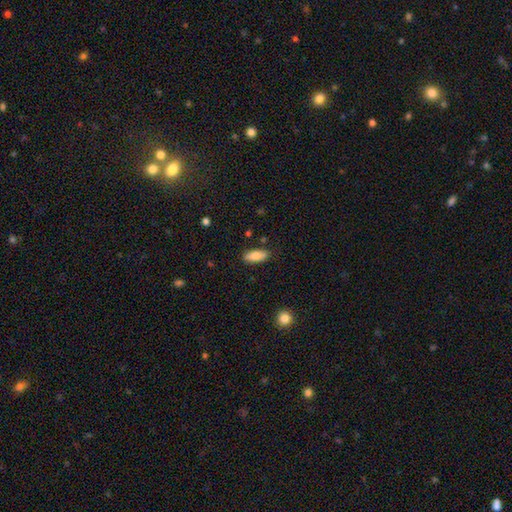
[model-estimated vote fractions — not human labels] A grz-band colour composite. It shows a smooth galaxy with no disk features (83%) that is in between round and cigar-shaped (80%). Merging: none (85%).